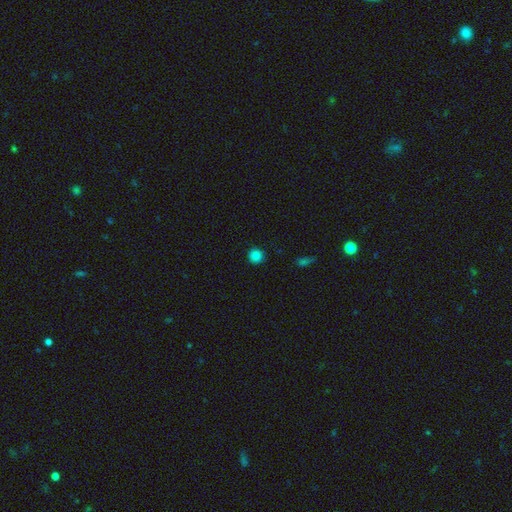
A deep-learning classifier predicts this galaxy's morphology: Overall: smooth (85%). How rounded: round (94%). Merging: none (91%).